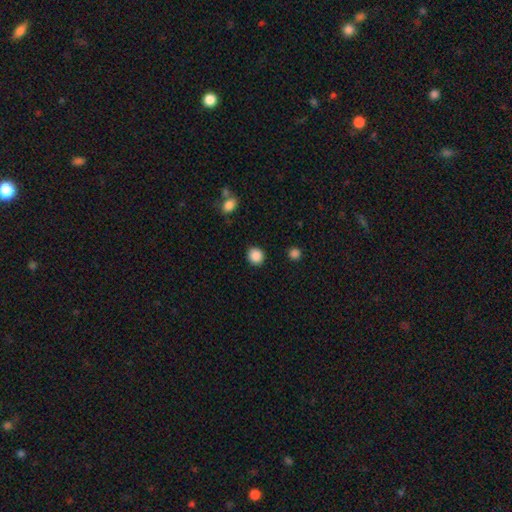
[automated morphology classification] Smooth or featured?
  - smooth: 88% *
  - star or artifact: 9%
  - featured or disk: 3%
How rounded?
  - round: 87% *
  - in between: 12%
  - cigar-shaped: 1%
Merging?
  - none: 89% *
  - minor disturbance: 7%
  - major disturbance: 2%
  - merger: 2%